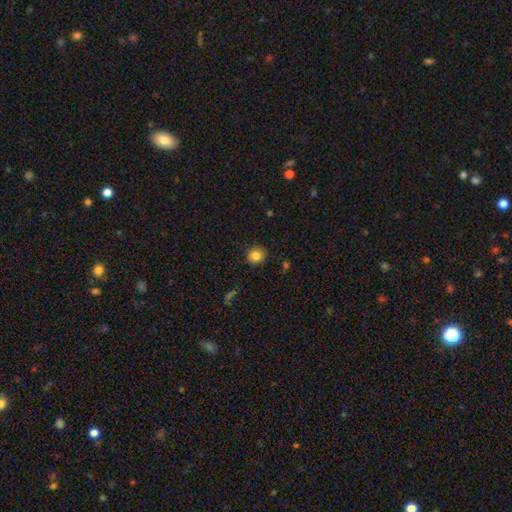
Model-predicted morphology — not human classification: Smooth or featured? Predicted: smooth (p=0.83). How rounded? Predicted: round (p=0.83). Merging? Predicted: none (p=0.89).